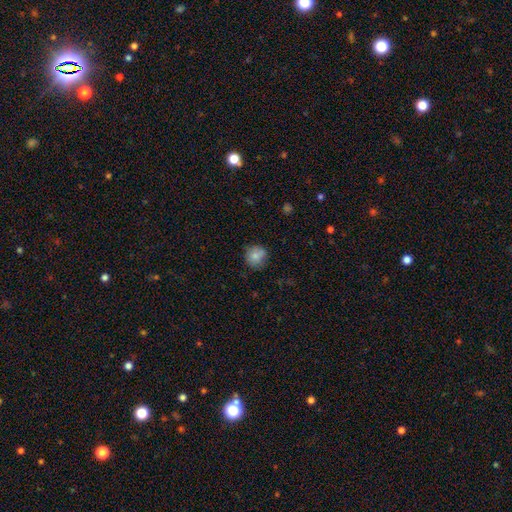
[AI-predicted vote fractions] Q: Smooth or featured?
A: smooth (81%); runner-up: featured or disk (10%)
Q: How rounded?
A: round (88%); runner-up: in between (11%)
Q: Merging?
A: none (77%); runner-up: minor disturbance (18%)